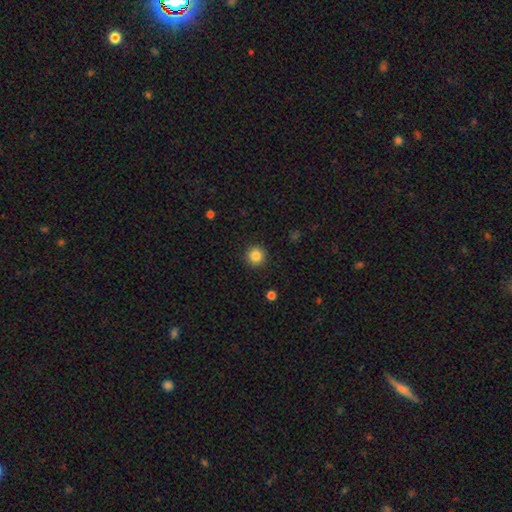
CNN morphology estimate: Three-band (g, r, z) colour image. It shows a smooth galaxy with no disk features (86%) that is round (96%). Merging: none (92%).